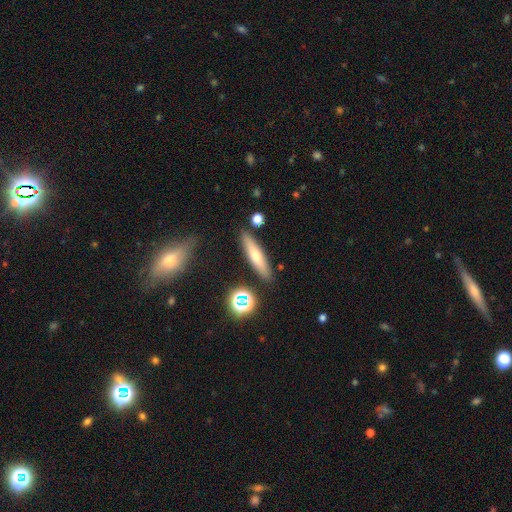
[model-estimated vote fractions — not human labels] Morphology: type=smooth (59%); roundness=cigar-shaped (80%); merging=none (86%).